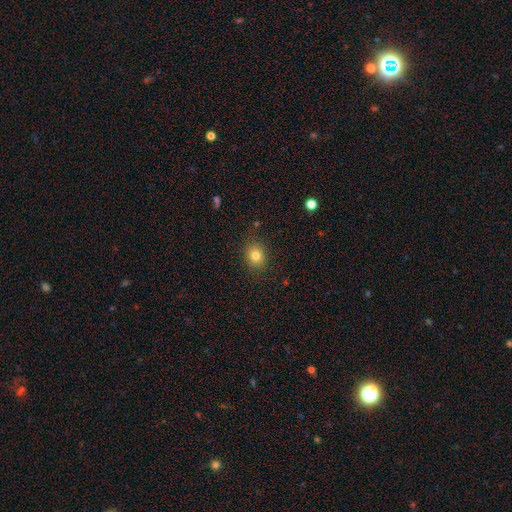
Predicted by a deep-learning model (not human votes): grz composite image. It shows a smooth galaxy with no disk features (81%) that is round (67%). Merging: none (86%).